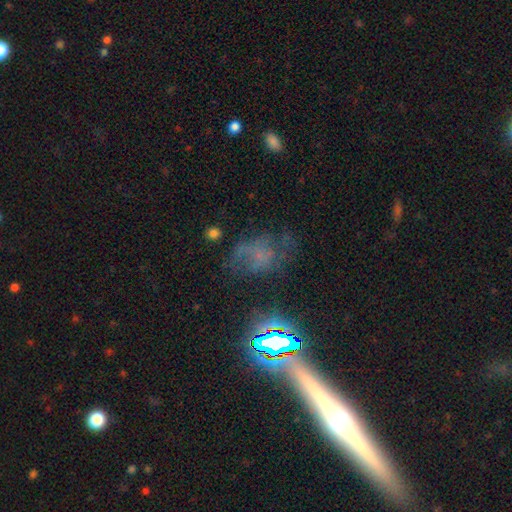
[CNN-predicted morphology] smooth-or-featured: featured or disk: 36% | star or artifact: 33% | smooth: 30%
  merging: none: 48% | major disturbance: 25% | minor disturbance: 22% | merger: 5%